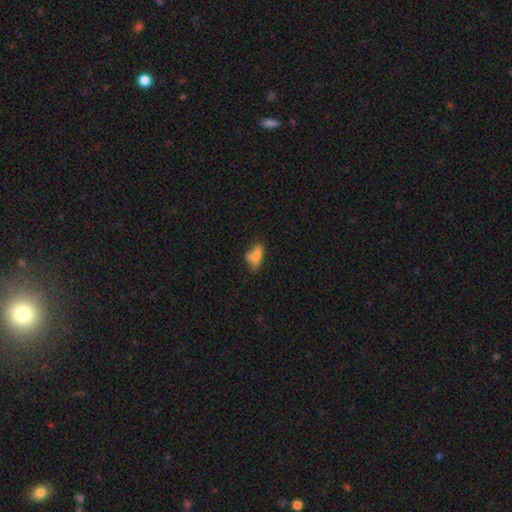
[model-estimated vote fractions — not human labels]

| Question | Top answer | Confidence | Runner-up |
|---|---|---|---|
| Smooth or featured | smooth | 71% | featured or disk (17%) |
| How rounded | in between | 82% | cigar-shaped (13%) |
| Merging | none | 39% | minor disturbance (27%) |